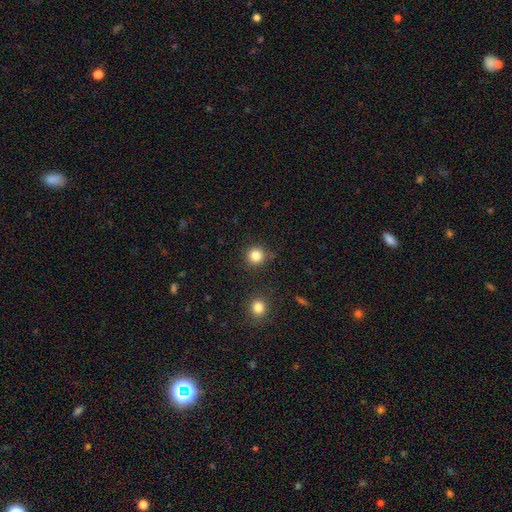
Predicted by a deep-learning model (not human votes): smooth-or-featured: smooth: 84% | star or artifact: 12% | featured or disk: 4%
  how-rounded: round: 94% | in between: 5% | cigar-shaped: 1%
  merging: none: 85% | minor disturbance: 9% | merger: 3% | major disturbance: 3%